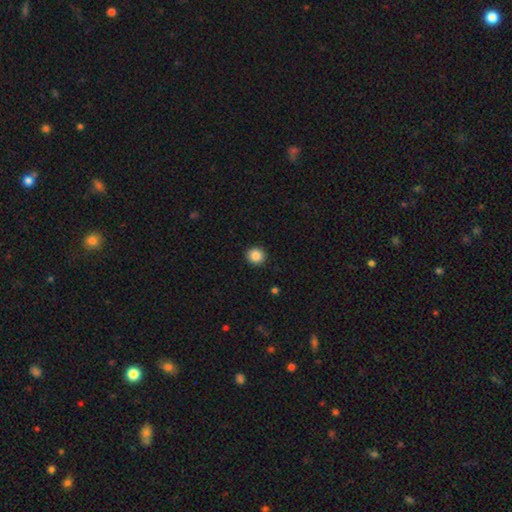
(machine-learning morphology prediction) A smooth galaxy with no disk features (86%) that is round (90%). Merging: none (92%).